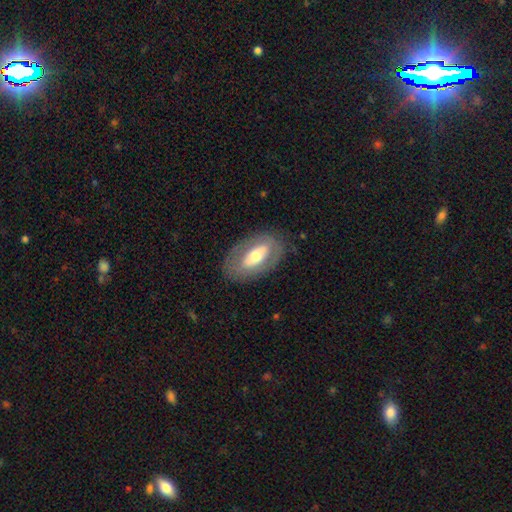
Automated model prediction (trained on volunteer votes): featured or disk 52%, smooth 42%, star or artifact 6%. Down the decision tree: edge-on disk — no (86%); merging — none (81%).